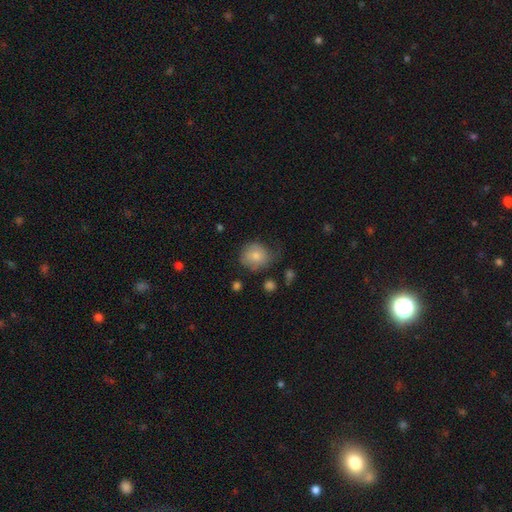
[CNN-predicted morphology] smooth_or_featured: smooth (p=0.76) [alt: featured or disk p=0.16]
how_rounded: round (p=0.76) [alt: in between p=0.24]
merging: none (p=0.51) [alt: minor disturbance p=0.32]